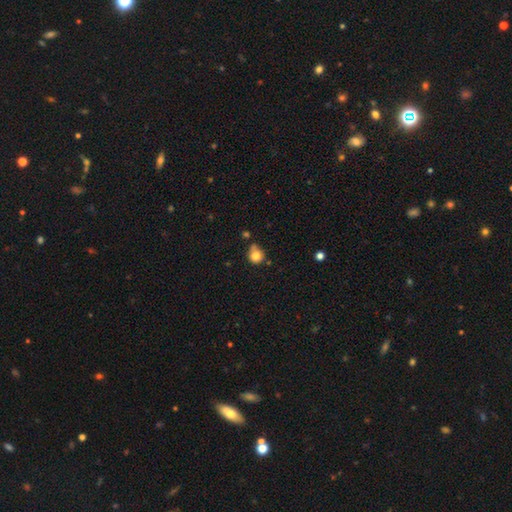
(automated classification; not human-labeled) Smooth or featured: smooth — 79% (star or artifact — 11%)
How rounded: round — 88% (in between — 11%)
Merging: none — 60% (minor disturbance — 20%)